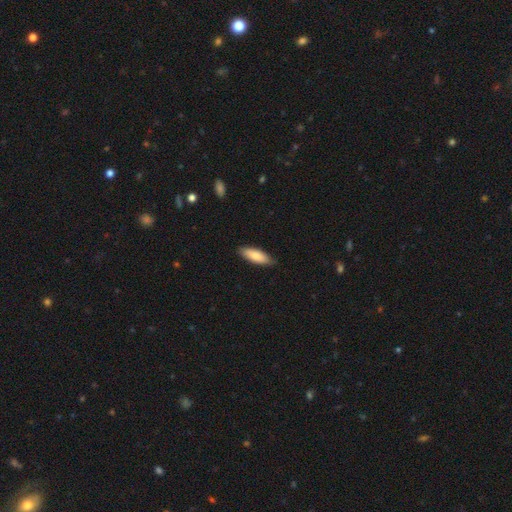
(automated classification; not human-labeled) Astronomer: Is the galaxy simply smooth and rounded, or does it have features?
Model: smooth — 81%.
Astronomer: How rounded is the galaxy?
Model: in between — 64%.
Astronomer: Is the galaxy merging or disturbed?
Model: none — 85%.